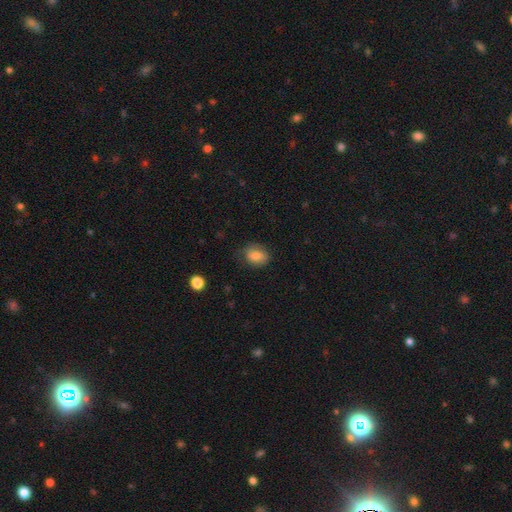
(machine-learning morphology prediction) This appears to be a smooth galaxy with no disk features (79%) that is in between round and cigar-shaped (55%). Merging: none (72%).